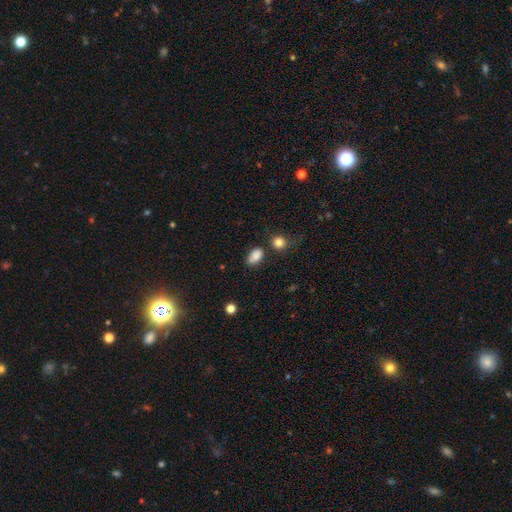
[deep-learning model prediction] smooth_or_featured: smooth (p=0.85) [alt: star or artifact p=0.10]
how_rounded: in between (p=0.86) [alt: round p=0.11]
merging: none (p=0.62) [alt: minor disturbance p=0.24]